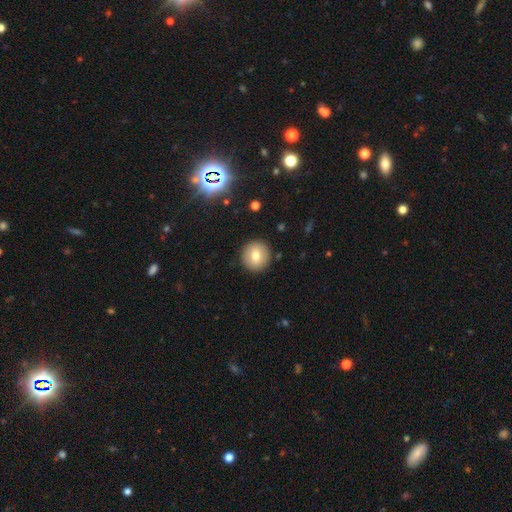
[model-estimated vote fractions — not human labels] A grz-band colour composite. It shows a smooth galaxy with no disk features (75%) that is round (93%). Merging: none (91%).